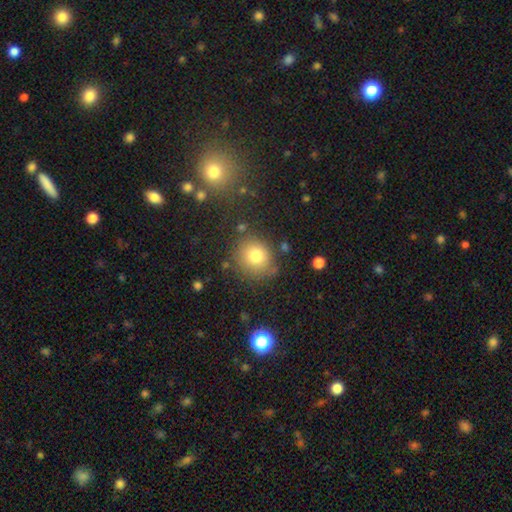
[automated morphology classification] Smooth or featured: smooth — 78% (star or artifact — 12%)
How rounded: round — 82% (in between — 17%)
Merging: none — 79% (minor disturbance — 12%)